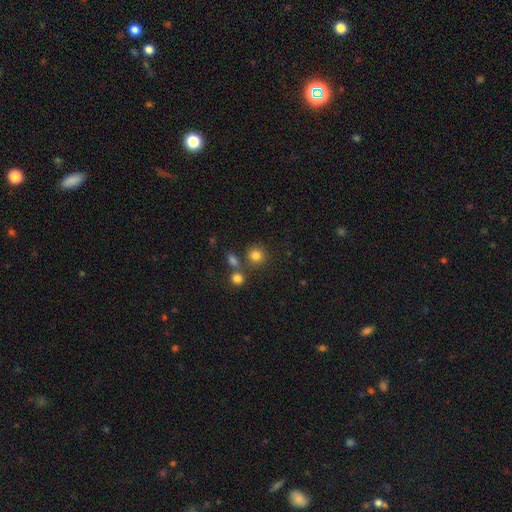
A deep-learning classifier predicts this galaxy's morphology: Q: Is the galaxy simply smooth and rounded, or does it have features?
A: smooth — 80%.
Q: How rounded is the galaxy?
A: round — 88%.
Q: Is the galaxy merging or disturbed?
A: none — 73%.